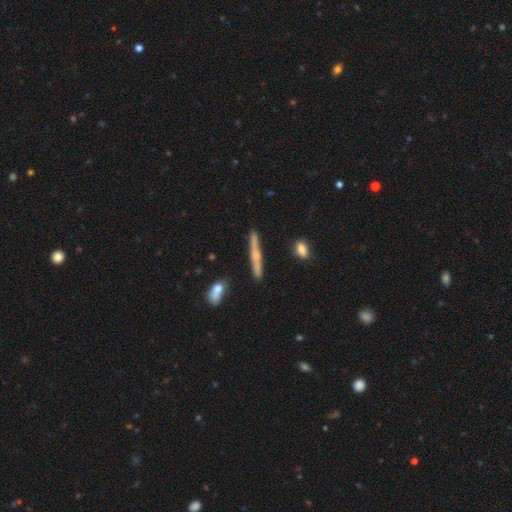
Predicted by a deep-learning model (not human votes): Smooth or featured?
  - featured or disk: 57% *
  - smooth: 36%
  - star or artifact: 7%
Edge-on disk?
  - yes: 96% *
  - no: 4%
Edge-on bulge?
  - rounded: 65% *
  - none: 28%
  - boxy: 8%
Merging?
  - none: 88% *
  - minor disturbance: 8%
  - merger: 2%
  - major disturbance: 2%